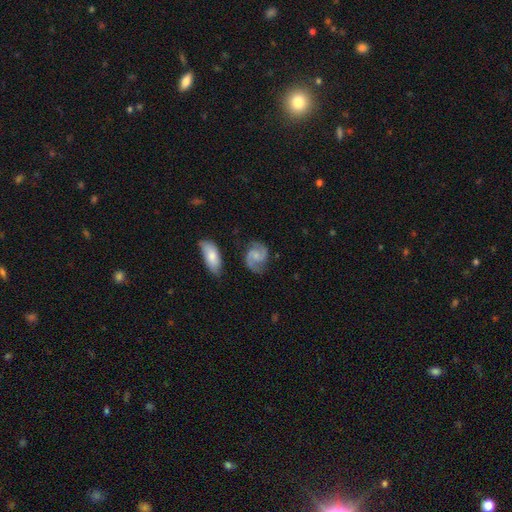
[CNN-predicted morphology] A featured or disk galaxy (80%) with no bar (57%), 2 (92%) medium (55%) spiral arms (96%) and a small central bulge (47%).

Vote fractions:
- Smooth or featured? featured or disk: 80% / smooth: 14% / star or artifact: 6%
- Edge-on disk? no: 98% / yes: 2%
- Bar? no: 57% / weak: 37% / strong: 6%
- Spiral arms? yes: 96% / no: 4%
- Spiral winding? medium: 55% / loose: 23% / tight: 21%
- Spiral arm count? 2: 92% / can't tell: 3% / 1: 2% / 3: 1% / 4: 1% / more than 4: 1%
- Bulge size? small: 47% / none: 25% / moderate: 24% / large: 3% / dominant: 1%
- Merging? none: 76% / minor disturbance: 15% / major disturbance: 5% / merger: 4%